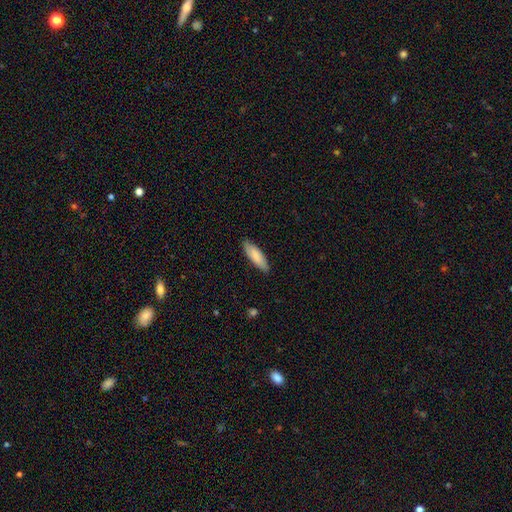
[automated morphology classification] Smooth or featured? smooth (82%)
How rounded? in between (50%)
Merging? none (85%)